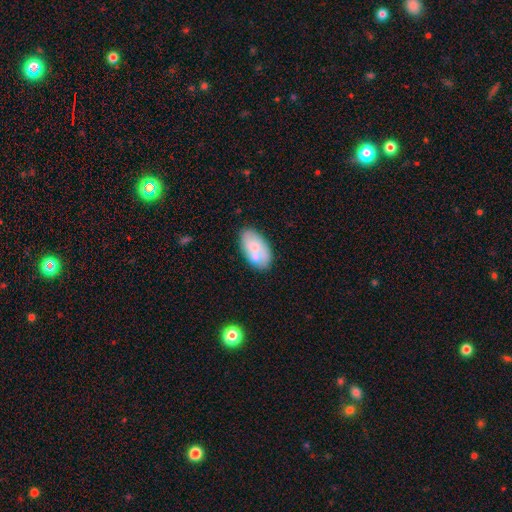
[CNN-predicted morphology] smooth-or-featured: smooth: 69% | featured or disk: 25% | star or artifact: 7%
  how-rounded: in between: 95% | round: 3% | cigar-shaped: 2%
  merging: none: 62% | minor disturbance: 19% | merger: 13% | major disturbance: 5%